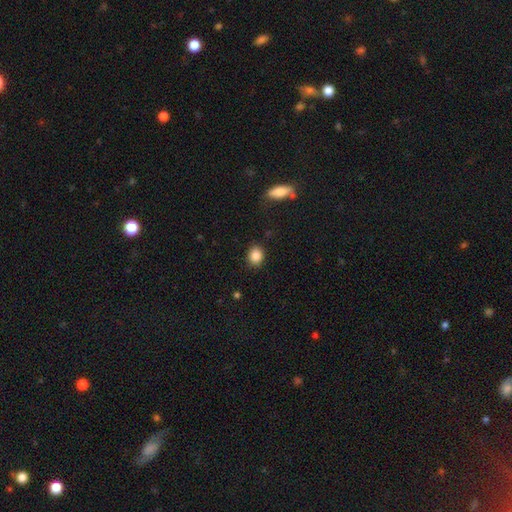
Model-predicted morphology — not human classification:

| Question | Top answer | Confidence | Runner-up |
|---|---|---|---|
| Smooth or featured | smooth | 86% | star or artifact (9%) |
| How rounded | round | 62% | in between (37%) |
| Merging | none | 87% | minor disturbance (9%) |